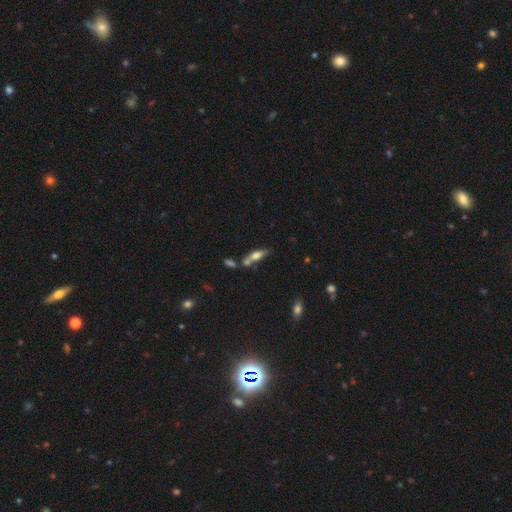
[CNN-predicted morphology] smooth_or_featured: smooth (p=0.61) [alt: featured or disk p=0.30]
how_rounded: in between (p=0.53) [alt: cigar-shaped p=0.44]
merging: none (p=0.44) [alt: merger p=0.36]